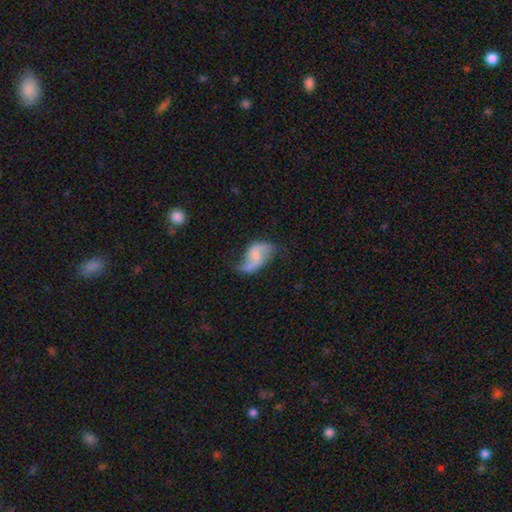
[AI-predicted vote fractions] smooth-or-featured: featured or disk: 73% | smooth: 21% | star or artifact: 6%
  disk-edge-on: no: 97% | yes: 3%
    bar: no: 44% | weak: 43% | strong: 13%
    has-spiral-arms: yes: 91% | no: 9%
      spiral-winding: loose: 77% | medium: 18% | tight: 5%
      spiral-arm-count: 2: 89% | 1: 4% | can't tell: 4% | 3: 1% | 4: 1% | more than 4: 1%
    bulge-size: small: 43% | moderate: 36% | none: 16% | large: 4% | dominant: 1%
  merging: none: 54% | minor disturbance: 27% | major disturbance: 15% | merger: 3%